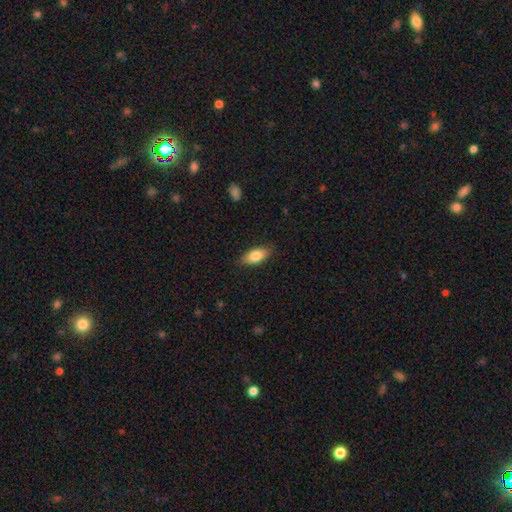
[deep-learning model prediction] Smooth or featured: smooth — 81% (featured or disk — 12%)
How rounded: in between — 86% (cigar-shaped — 12%)
Merging: none — 85% (minor disturbance — 12%)